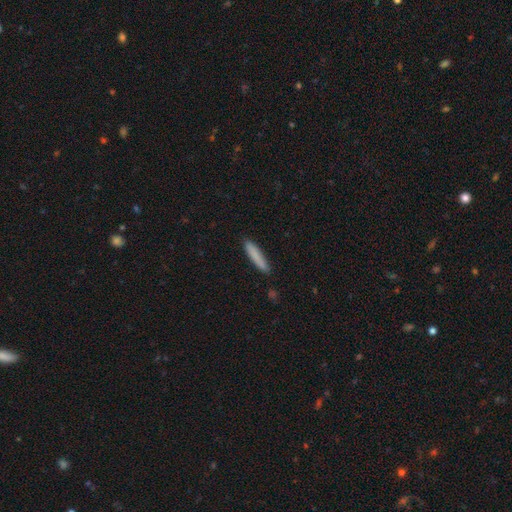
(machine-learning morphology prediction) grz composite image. It shows a smooth galaxy with no disk features (84%) that is cigar-shaped (89%). Merging: none (87%).